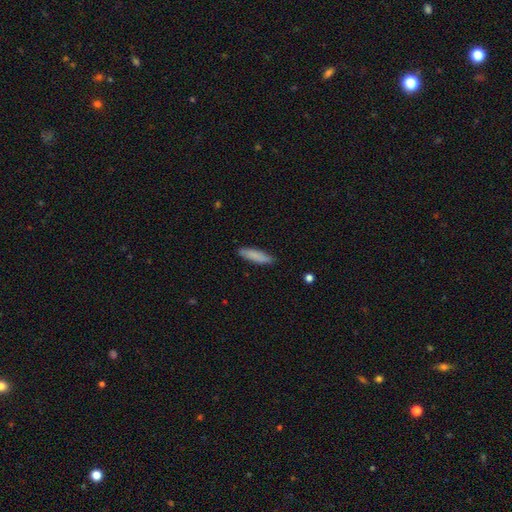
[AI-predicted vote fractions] Overall: smooth (84%). How rounded: cigar-shaped (75%). Merging: none (87%).